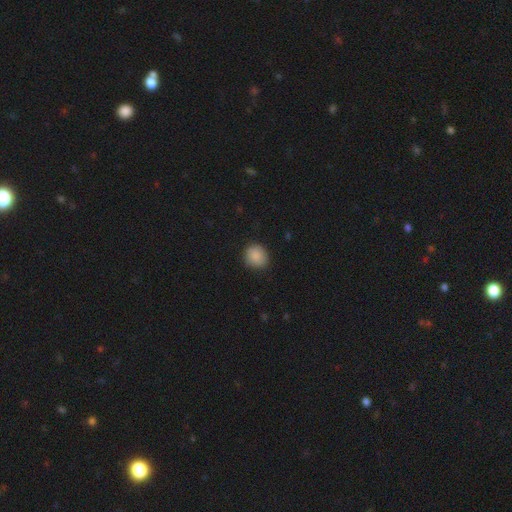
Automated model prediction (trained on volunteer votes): Smooth or featured: smooth — 87% (star or artifact — 8%)
How rounded: round — 82% (in between — 17%)
Merging: none — 85% (minor disturbance — 12%)